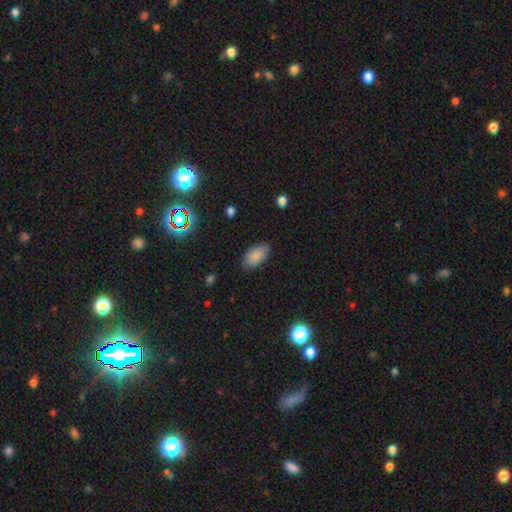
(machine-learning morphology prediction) A smooth galaxy with no disk features (85%) that is in between round and cigar-shaped (94%). Merging: none (83%).